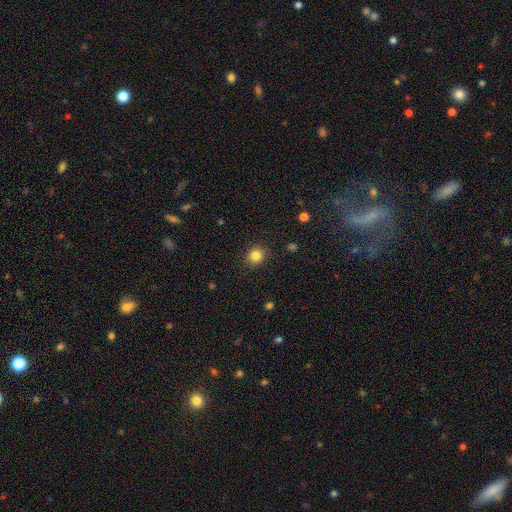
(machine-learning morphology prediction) Overall: smooth (84%). How rounded: round (84%). Merging: none (89%).